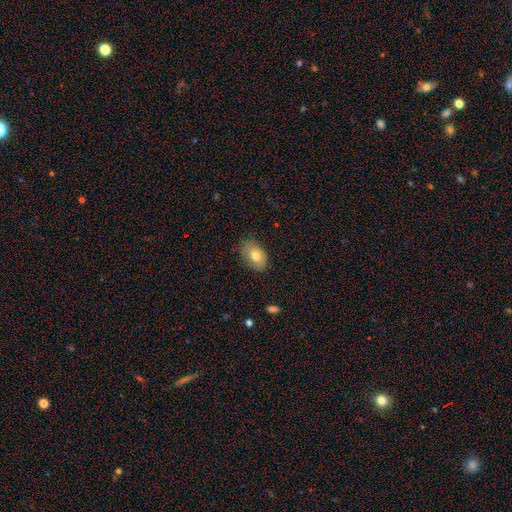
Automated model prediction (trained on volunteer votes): Q: Smooth or featured?
A: smooth (76%); runner-up: featured or disk (16%)
Q: How rounded?
A: in between (85%); runner-up: round (14%)
Q: Merging?
A: none (76%); runner-up: minor disturbance (20%)